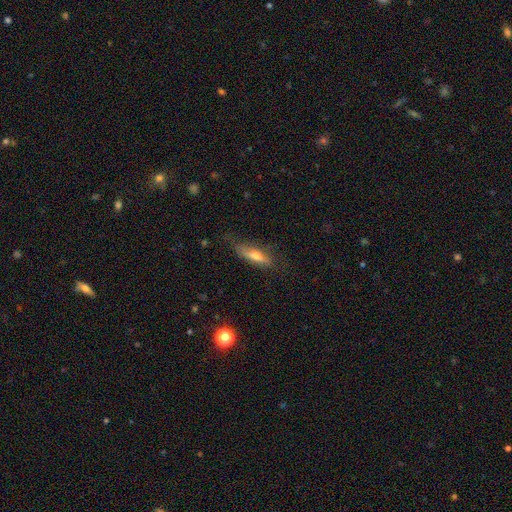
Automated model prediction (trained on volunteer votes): smooth 60%, featured or disk 33%, star or artifact 7%. Down the decision tree: how rounded — cigar-shaped (58%); merging — none (69%).